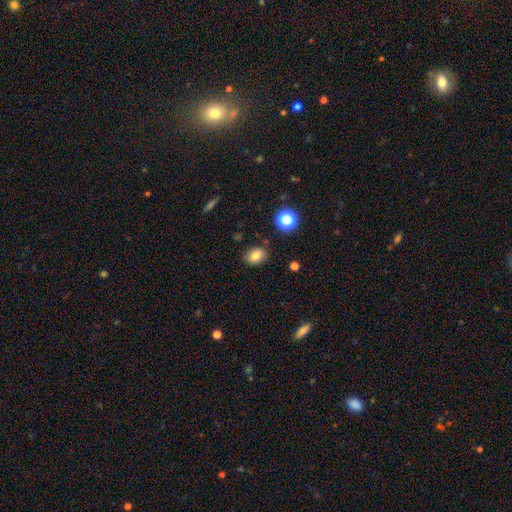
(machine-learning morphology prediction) This appears to be a smooth galaxy with no disk features (80%) that is in between round and cigar-shaped (55%). Merging: none (83%).